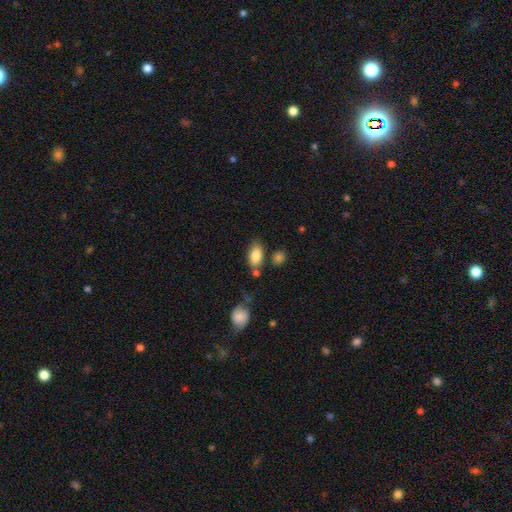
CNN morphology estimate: Q: Smooth or featured?
A: smooth (84%); runner-up: featured or disk (8%)
Q: How rounded?
A: in between (91%); runner-up: round (6%)
Q: Merging?
A: none (69%); runner-up: minor disturbance (16%)